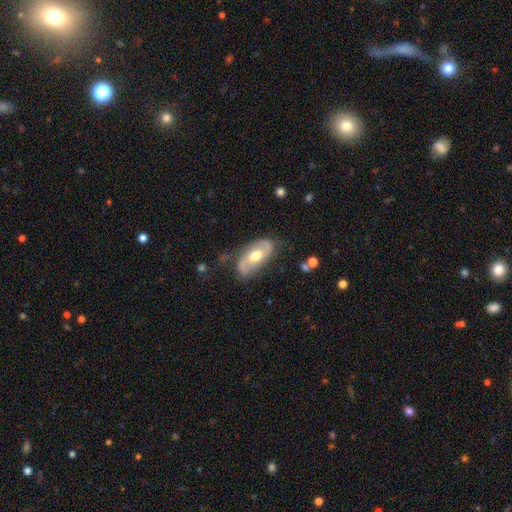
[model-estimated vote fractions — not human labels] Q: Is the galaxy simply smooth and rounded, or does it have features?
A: featured or disk — 69%.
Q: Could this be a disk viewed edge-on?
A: no — 91%.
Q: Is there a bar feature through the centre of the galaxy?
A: no — 61%.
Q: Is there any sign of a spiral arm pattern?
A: yes — 79%.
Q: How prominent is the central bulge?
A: moderate — 74%.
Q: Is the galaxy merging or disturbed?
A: none — 70%.